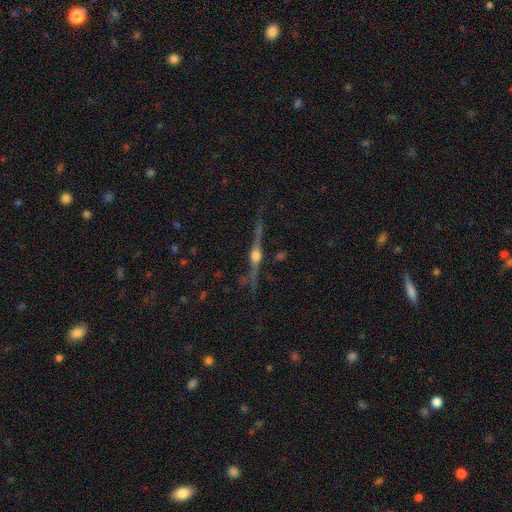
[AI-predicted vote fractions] This appears to be a featured or disk galaxy (85%) viewed edge-on (97%) with a rounded central bulge (95%). Merging: none (84%).